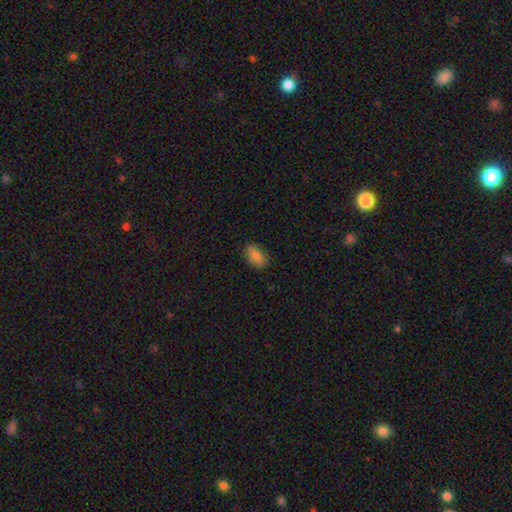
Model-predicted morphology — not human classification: Smooth or featured? smooth (83%)
How rounded? in between (91%)
Merging? none (84%)